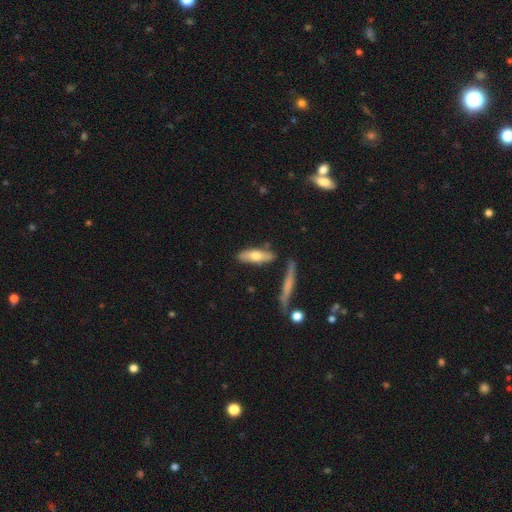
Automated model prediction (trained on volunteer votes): Smooth or featured? Predicted: smooth (p=0.61). How rounded? Predicted: cigar-shaped (p=0.53). Merging? Predicted: none (p=0.76).